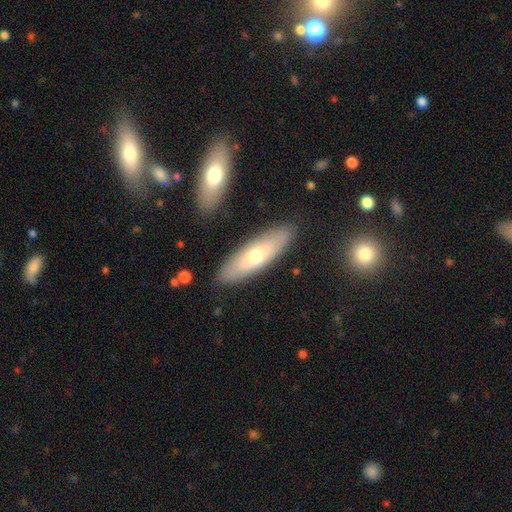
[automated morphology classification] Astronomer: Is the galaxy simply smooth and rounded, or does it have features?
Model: smooth — 60%.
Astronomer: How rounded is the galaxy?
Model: cigar-shaped — 54% (runner-up: in between, 44%).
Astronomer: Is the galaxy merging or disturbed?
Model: none — 86%.